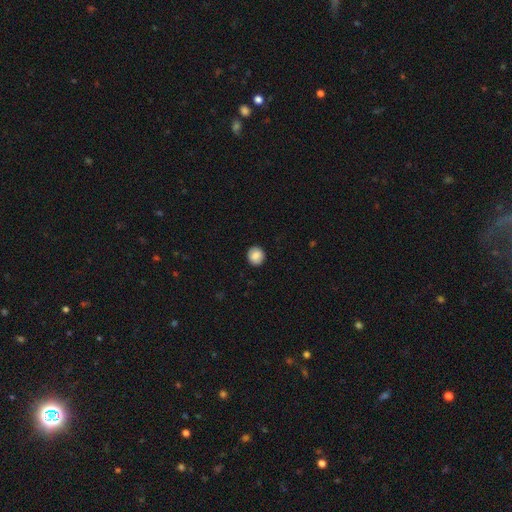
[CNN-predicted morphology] smooth_or_featured: smooth (p=0.86) [alt: star or artifact p=0.08]
how_rounded: round (p=0.89) [alt: in between p=0.10]
merging: none (p=0.91) [alt: minor disturbance p=0.07]